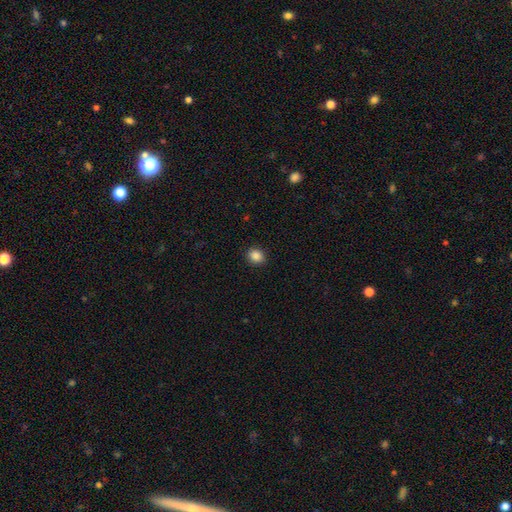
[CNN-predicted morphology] Smooth or featured: smooth — 87% (star or artifact — 10%)
How rounded: round — 67% (in between — 32%)
Merging: none — 91% (minor disturbance — 6%)